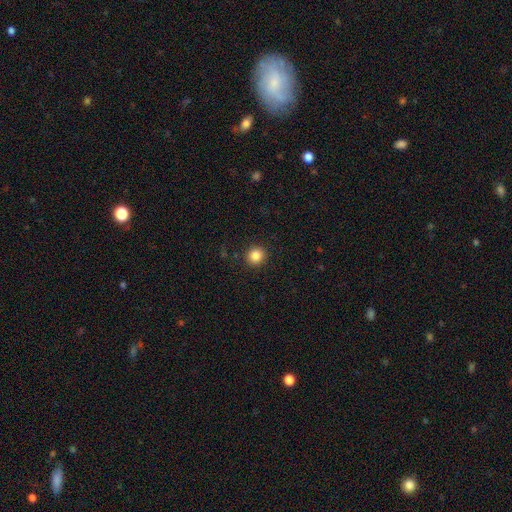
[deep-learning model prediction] Q: Smooth or featured?
A: smooth (85%); runner-up: star or artifact (11%)
Q: How rounded?
A: round (92%); runner-up: in between (7%)
Q: Merging?
A: none (91%); runner-up: minor disturbance (6%)